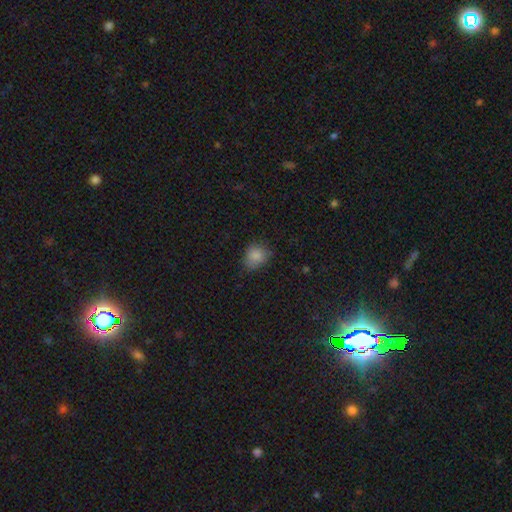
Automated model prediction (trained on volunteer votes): Overall: smooth (84%). How rounded: round (61%; in between 38%). Merging: none (69%).